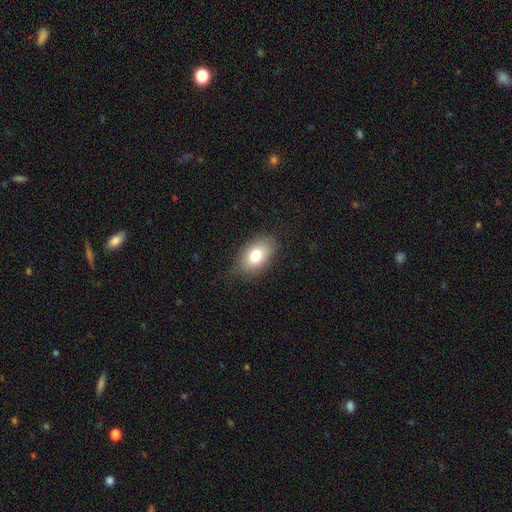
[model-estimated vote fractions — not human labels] Morphology: type=smooth (77%); roundness=in between (90%); merging=none (80%).